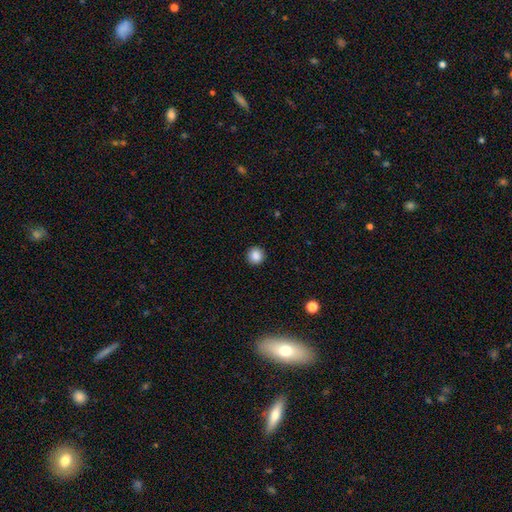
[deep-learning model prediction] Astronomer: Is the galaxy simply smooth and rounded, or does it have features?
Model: smooth — 87%.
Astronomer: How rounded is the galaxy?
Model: round — 95%.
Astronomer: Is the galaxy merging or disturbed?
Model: none — 93%.